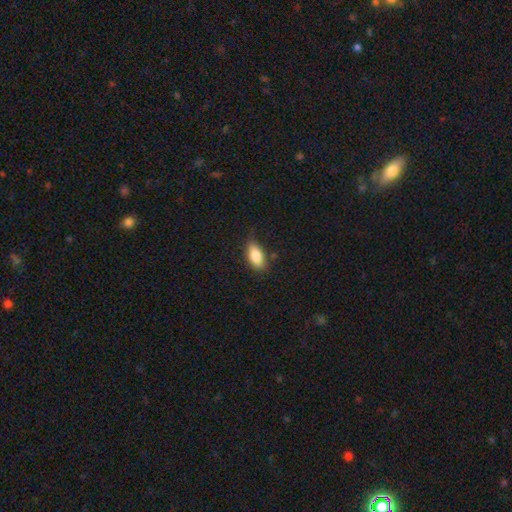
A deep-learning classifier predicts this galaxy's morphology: The model was most divided on "merging": none: 68%, minor disturbance: 25%, major disturbance: 5%, merger: 2%. More confident: how rounded — in between (88%); smooth or featured — smooth (83%).